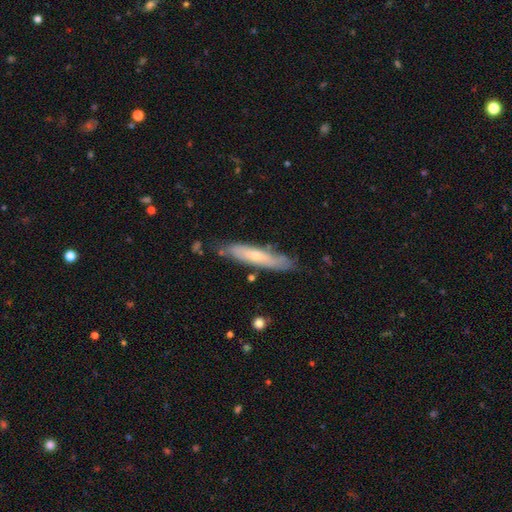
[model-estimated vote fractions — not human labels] smooth_or_featured: featured or disk (p=0.49) [alt: smooth p=0.45]
merging: none (p=0.71) [alt: minor disturbance p=0.21]